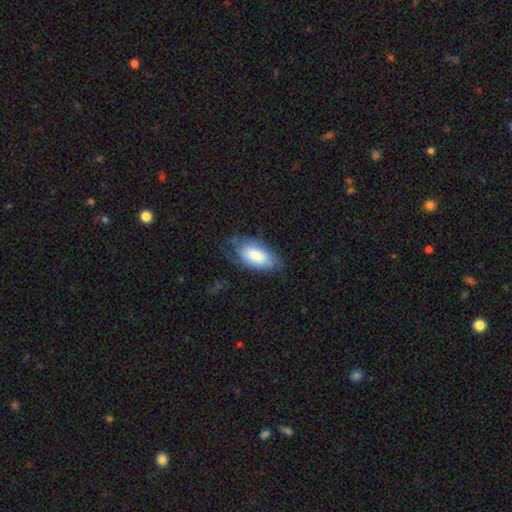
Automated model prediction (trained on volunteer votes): Smooth or featured?
  - smooth: 75% *
  - featured or disk: 19%
  - star or artifact: 6%
How rounded?
  - in between: 92% *
  - cigar-shaped: 6%
  - round: 3%
Merging?
  - none: 58% *
  - minor disturbance: 28%
  - major disturbance: 13%
  - merger: 2%